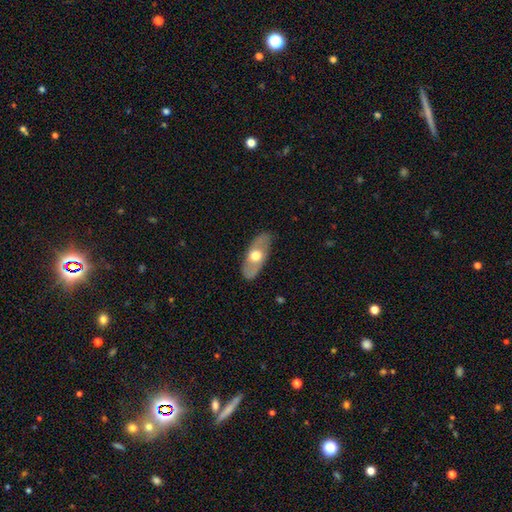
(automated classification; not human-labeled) This appears to be a smooth galaxy with no disk features (48%). Merging: none (83%).